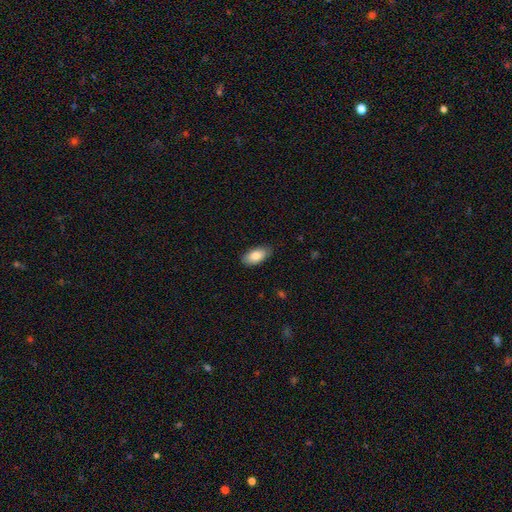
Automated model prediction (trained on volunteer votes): Smooth or featured? smooth (84%)
How rounded? in between (92%)
Merging? none (84%)